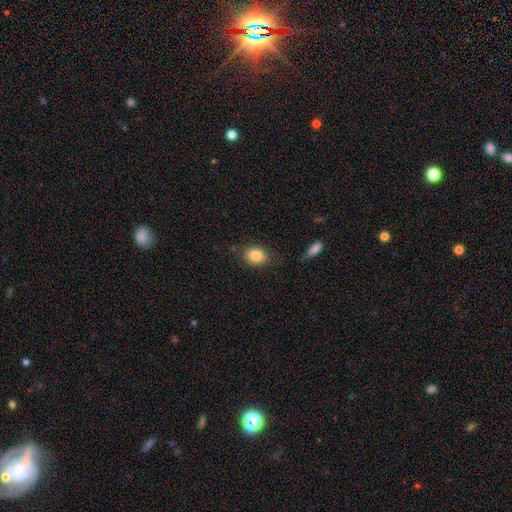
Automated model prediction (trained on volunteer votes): smooth_or_featured: smooth (p=0.83) [alt: star or artifact p=0.09]
how_rounded: in between (p=0.53) [alt: round p=0.45]
merging: none (p=0.80) [alt: minor disturbance p=0.13]